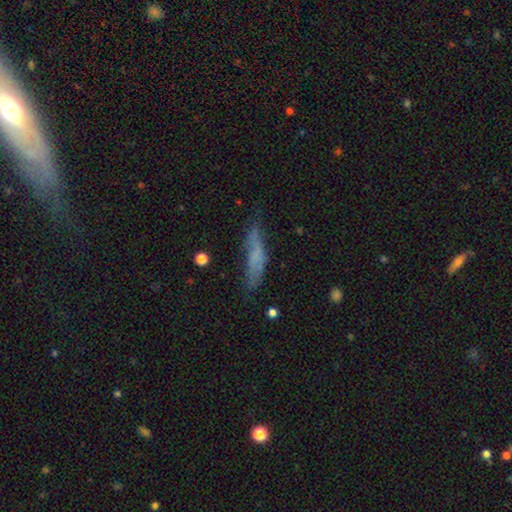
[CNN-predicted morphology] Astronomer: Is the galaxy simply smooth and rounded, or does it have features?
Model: smooth — 55% (runner-up: featured or disk, 34%).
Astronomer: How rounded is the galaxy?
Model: cigar-shaped — 75%.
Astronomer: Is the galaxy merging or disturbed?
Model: none — 55%.